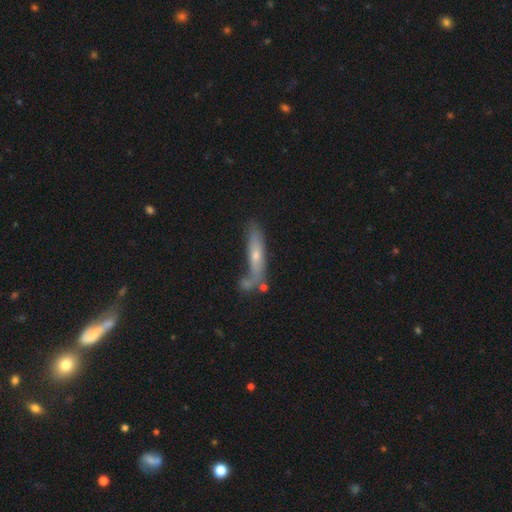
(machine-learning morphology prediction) featured or disk 48%, smooth 43%, star or artifact 9%. Down the decision tree: merging — none (49%).